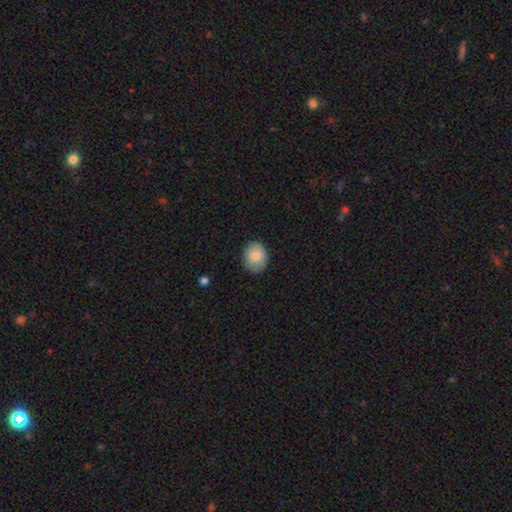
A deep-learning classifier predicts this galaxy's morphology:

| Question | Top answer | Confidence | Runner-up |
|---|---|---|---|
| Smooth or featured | smooth | 81% | featured or disk (12%) |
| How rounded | round | 60% | in between (39%) |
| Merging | none | 83% | minor disturbance (14%) |